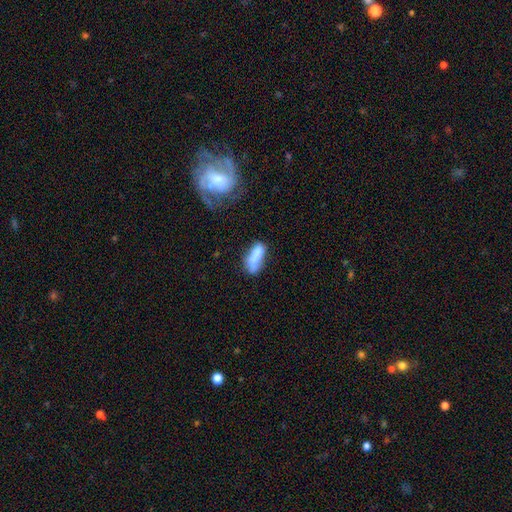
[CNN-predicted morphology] Smooth or featured?
  - smooth: 73% *
  - featured or disk: 18%
  - star or artifact: 9%
How rounded?
  - in between: 60% *
  - cigar-shaped: 37%
  - round: 3%
Merging?
  - none: 38% *
  - minor disturbance: 28%
  - major disturbance: 18%
  - merger: 16%